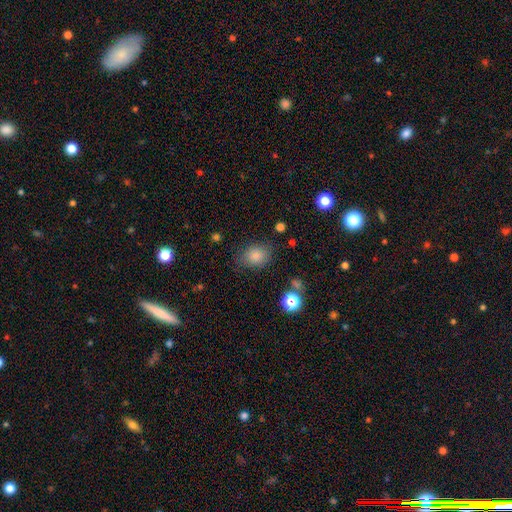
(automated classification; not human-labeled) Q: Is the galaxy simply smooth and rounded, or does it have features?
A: smooth — 84%.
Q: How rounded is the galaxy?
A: in between — 60%.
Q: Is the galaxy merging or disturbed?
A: none — 76%.